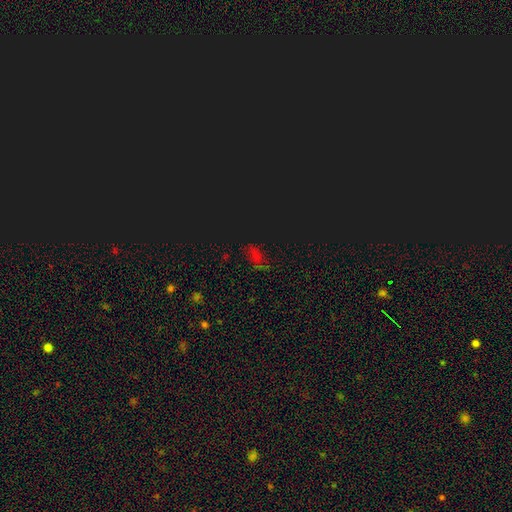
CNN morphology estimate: Q: Smooth or featured?
A: star or artifact (61%); runner-up: smooth (28%)